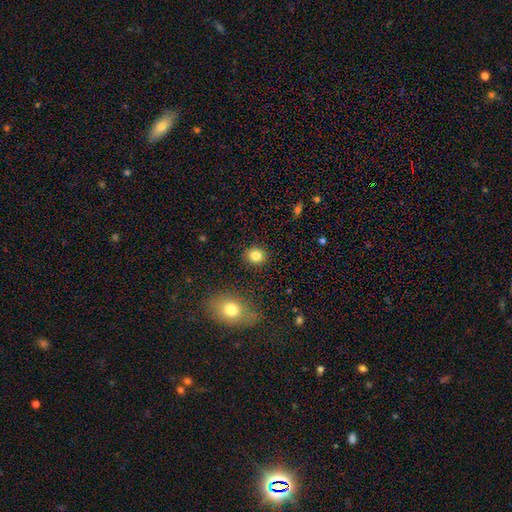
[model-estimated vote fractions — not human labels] Smooth or featured?
  - smooth: 83% *
  - star or artifact: 11%
  - featured or disk: 6%
How rounded?
  - round: 77% *
  - in between: 22%
  - cigar-shaped: 1%
Merging?
  - none: 91% *
  - minor disturbance: 6%
  - major disturbance: 2%
  - merger: 2%